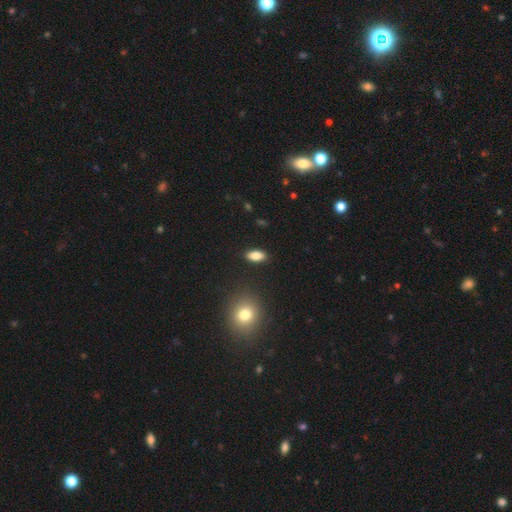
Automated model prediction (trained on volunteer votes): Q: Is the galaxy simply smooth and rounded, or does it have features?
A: smooth — 82%.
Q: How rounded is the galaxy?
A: in between — 85%.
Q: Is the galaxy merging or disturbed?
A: none — 89%.